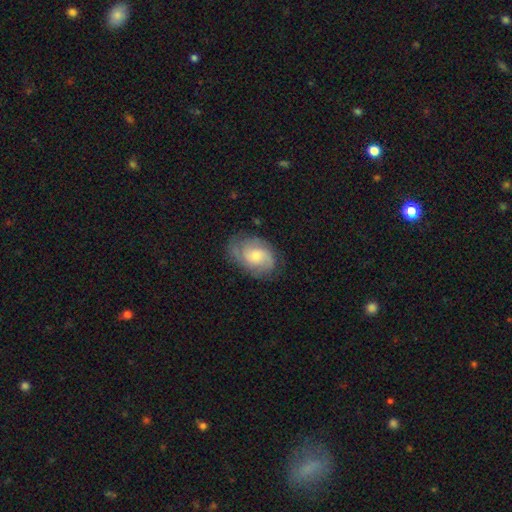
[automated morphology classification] Smooth or featured? featured or disk (64%)
Edge-on disk? no (97%)
Bar? no (66%)
Spiral arms? yes (90%)
Spiral winding? medium (44%)
Spiral arm count? 2 (45%)
Bulge size? moderate (52%)
Merging? none (68%)